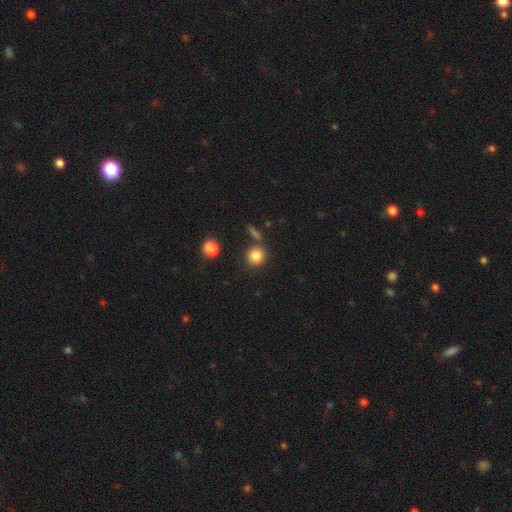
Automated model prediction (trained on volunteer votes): Smooth or featured: smooth — 84% (star or artifact — 10%)
How rounded: round — 88% (in between — 11%)
Merging: none — 77% (merger — 10%)